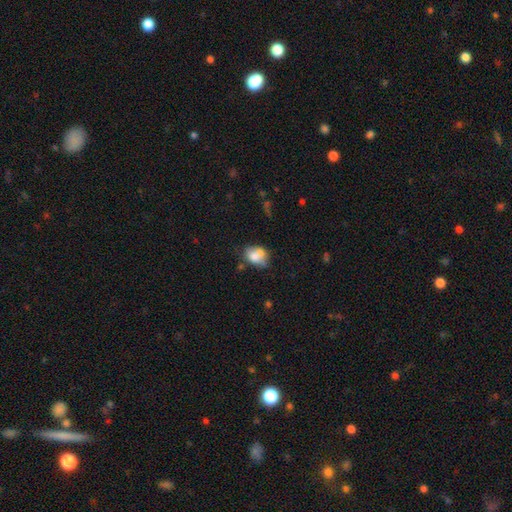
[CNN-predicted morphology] Smooth or featured? Predicted: smooth (p=0.68). How rounded? Predicted: in between (p=0.58). Merging? Predicted: merger (p=0.38).